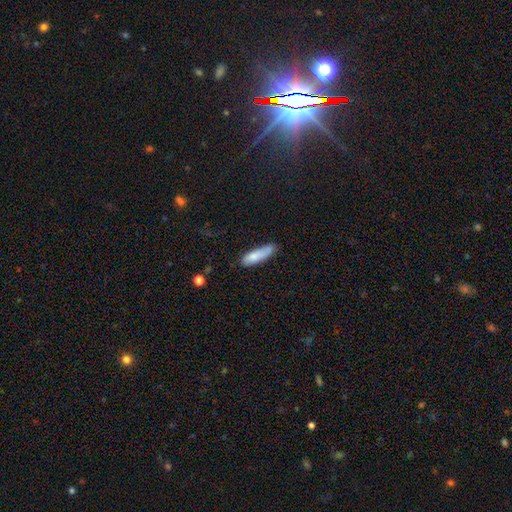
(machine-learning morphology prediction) Overall: smooth (81%). How rounded: cigar-shaped (61%; in between 38%). Merging: none (61%; minor disturbance 29%).